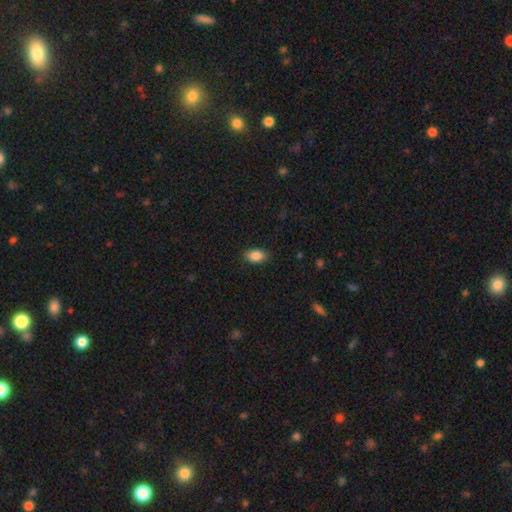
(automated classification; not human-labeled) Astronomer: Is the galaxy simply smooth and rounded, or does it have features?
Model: smooth — 88%.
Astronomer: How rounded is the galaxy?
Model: in between — 90%.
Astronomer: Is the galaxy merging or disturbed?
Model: none — 87%.